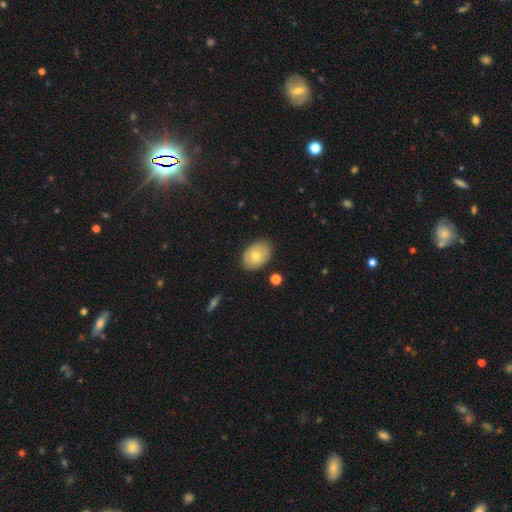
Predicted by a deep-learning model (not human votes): smooth 69%, featured or disk 23%, star or artifact 7%. Down the decision tree: how rounded — in between (81%); merging — none (84%).